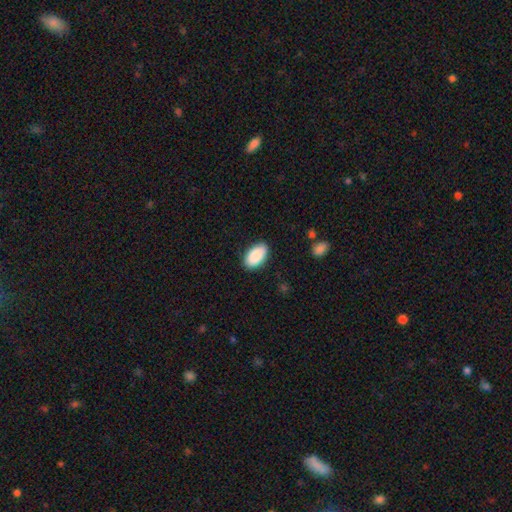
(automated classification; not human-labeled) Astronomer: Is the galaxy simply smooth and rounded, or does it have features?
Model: smooth — 90%.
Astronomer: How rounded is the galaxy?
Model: in between — 95%.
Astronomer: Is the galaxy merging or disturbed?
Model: none — 87%.